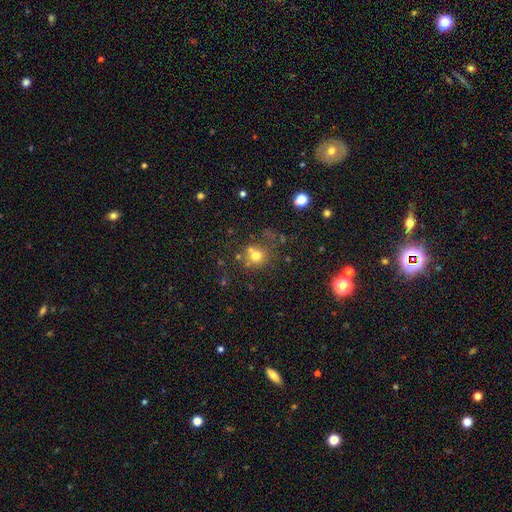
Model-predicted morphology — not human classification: A smooth galaxy with no disk features (70%) that is round (85%). Merging: none (57%).